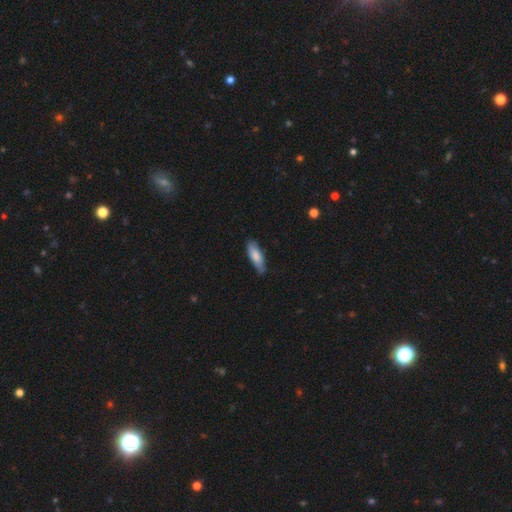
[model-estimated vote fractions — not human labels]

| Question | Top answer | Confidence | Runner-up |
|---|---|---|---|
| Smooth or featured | smooth | 77% | featured or disk (18%) |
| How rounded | in between | 55% | cigar-shaped (43%) |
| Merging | none | 77% | minor disturbance (19%) |